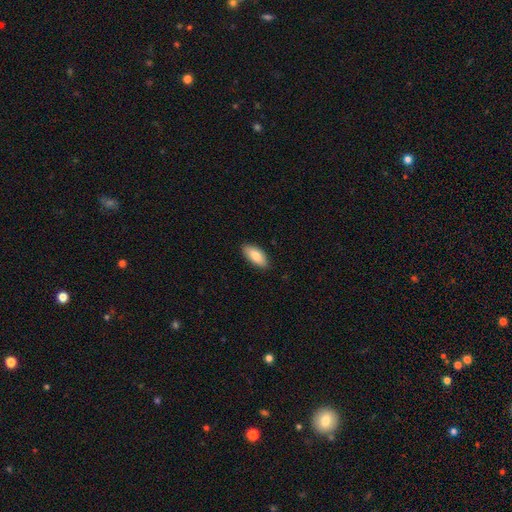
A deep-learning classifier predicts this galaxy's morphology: smooth 80%, featured or disk 14%, star or artifact 6%. Down the decision tree: how rounded — in between (85%); merging — none (88%).